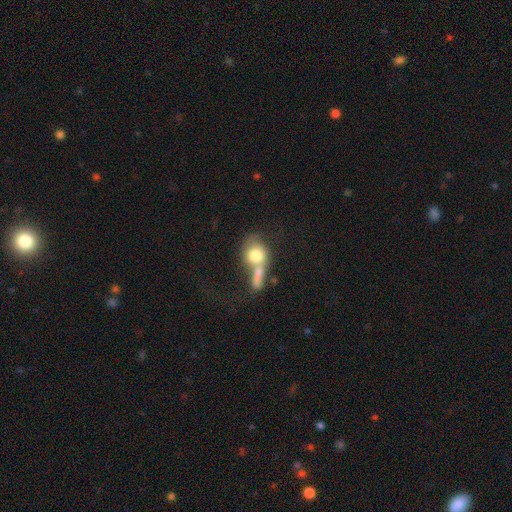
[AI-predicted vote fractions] Smooth or featured? Predicted: smooth (p=0.72). How rounded? Predicted: round (p=0.57). Merging? Predicted: merger (p=0.62).